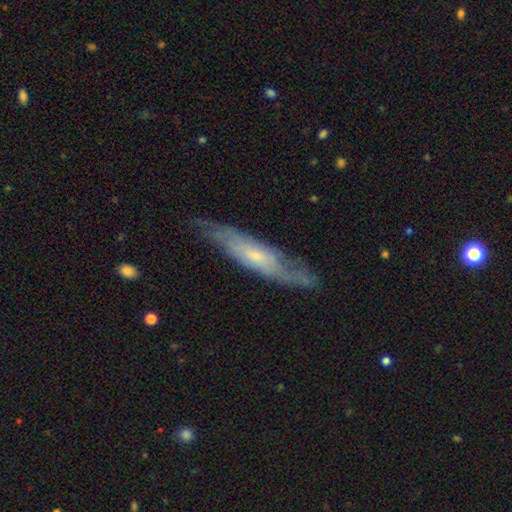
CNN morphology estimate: This appears to be a featured or disk galaxy (68%). Merging: none (72%).